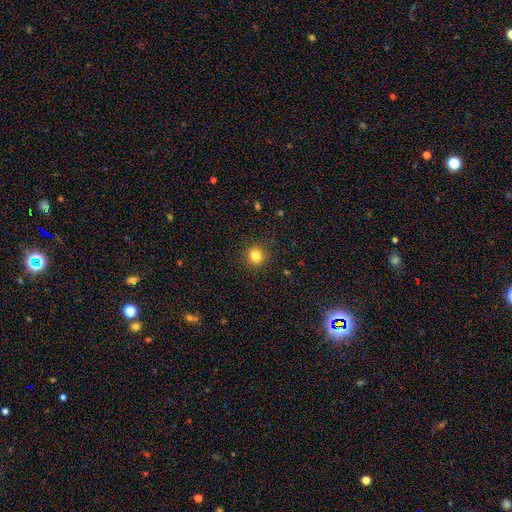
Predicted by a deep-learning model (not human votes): smooth-or-featured: smooth: 83% | star or artifact: 12% | featured or disk: 5%
  how-rounded: round: 91% | in between: 8% | cigar-shaped: 1%
  merging: none: 91% | minor disturbance: 6% | major disturbance: 2% | merger: 1%